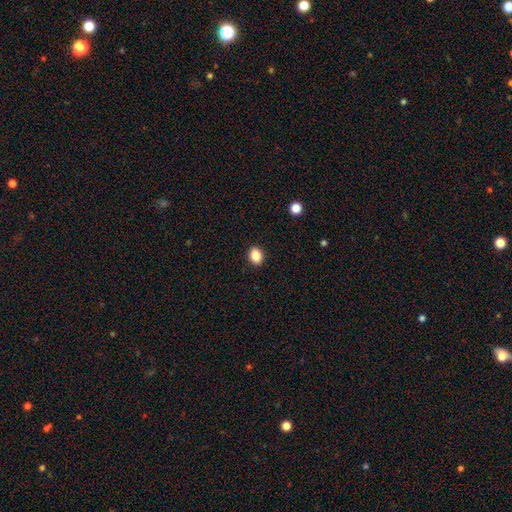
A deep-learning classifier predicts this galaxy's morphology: type=smooth (86%); roundness=in between (63%); merging=none (91%).